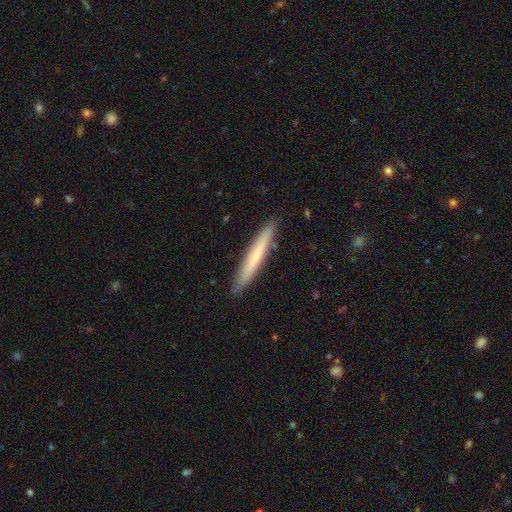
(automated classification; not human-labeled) Morphology: type=smooth (58%); roundness=cigar-shaped (96%); merging=none (90%).